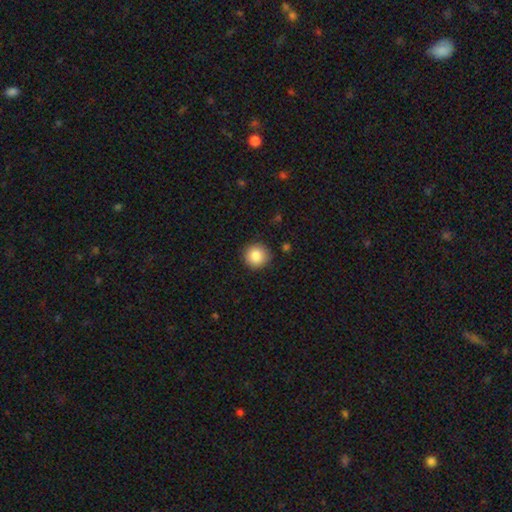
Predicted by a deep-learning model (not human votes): A smooth galaxy with no disk features (85%) that is round (94%).

Vote fractions:
- Smooth or featured? smooth: 85% / star or artifact: 9% / featured or disk: 6%
- How rounded? round: 94% / in between: 6% / cigar-shaped: 1%
- Merging? none: 89% / minor disturbance: 8% / major disturbance: 2% / merger: 1%